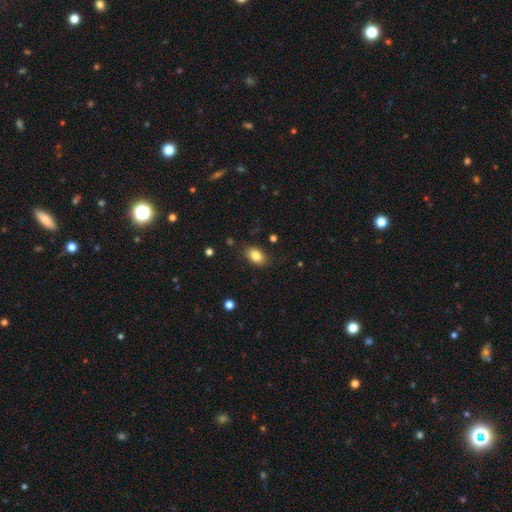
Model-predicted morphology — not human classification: type=smooth (83%); roundness=in between (84%); merging=none (83%).